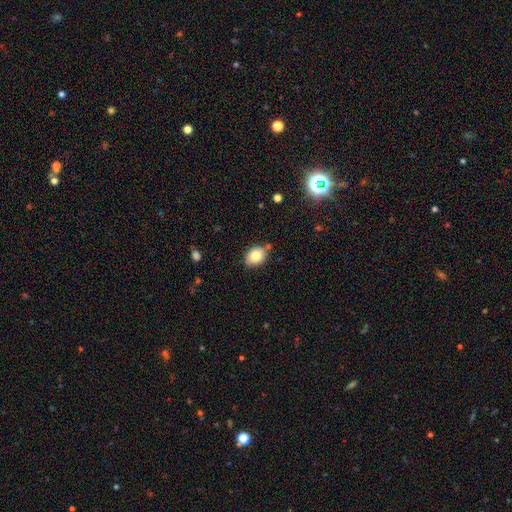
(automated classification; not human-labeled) Morphology: type=smooth (84%); roundness=in between (72%); merging=none (76%).